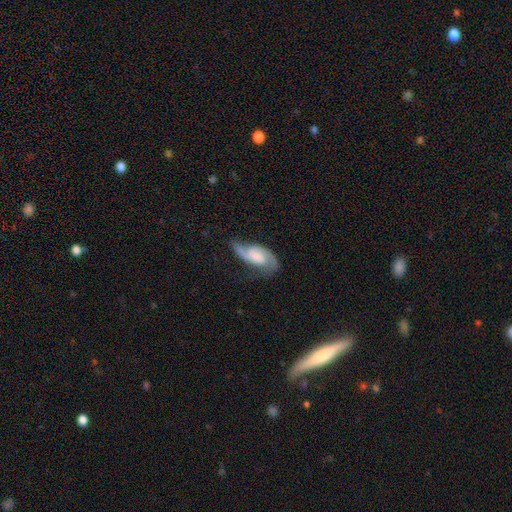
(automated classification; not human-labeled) smooth_or_featured: featured or disk (p=0.78) [alt: smooth p=0.16]
disk_edge_on: no (p=0.95) [alt: yes p=0.05]
bar: no (p=0.51) [alt: weak p=0.38]
has_spiral_arms: yes (p=0.95) [alt: no p=0.05]
spiral_winding: medium (p=0.46) [alt: loose p=0.35]
spiral_arm_count: 2 (p=0.87) [alt: 1 p=0.06]
bulge_size: none (p=0.33) [alt: moderate p=0.23]
merging: none (p=0.53) [alt: minor disturbance p=0.27]